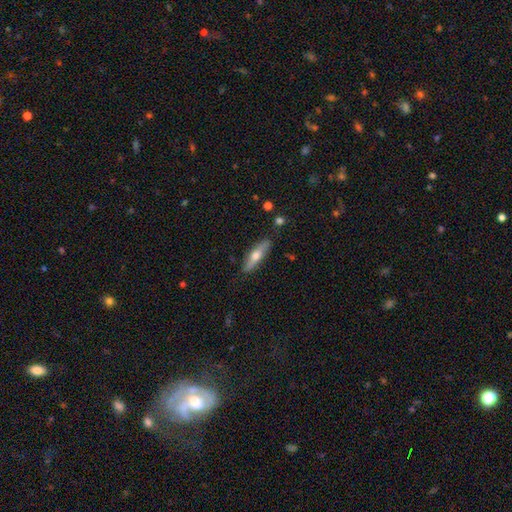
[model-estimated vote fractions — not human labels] smooth 53%, featured or disk 41%, star or artifact 6%. Down the decision tree: how rounded — cigar-shaped (66%); merging — none (85%).